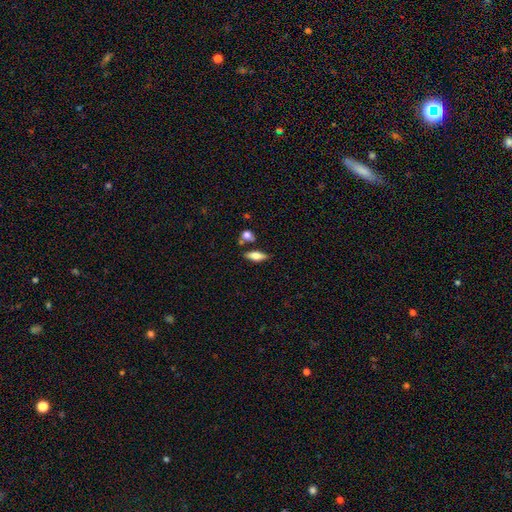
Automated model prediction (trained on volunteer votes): Q: Smooth or featured?
A: smooth (60%); runner-up: featured or disk (32%)
Q: How rounded?
A: in between (65%); runner-up: cigar-shaped (32%)
Q: Merging?
A: none (74%); runner-up: minor disturbance (12%)